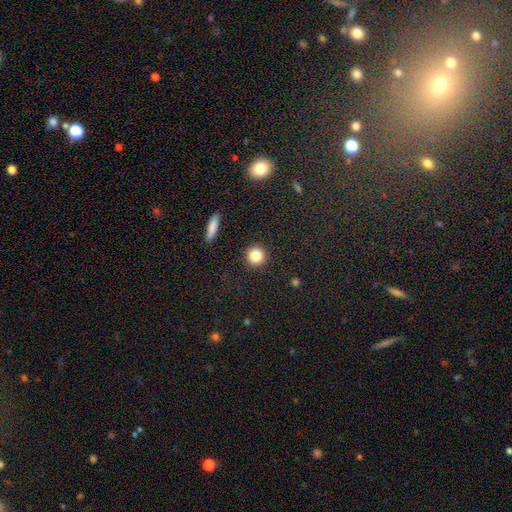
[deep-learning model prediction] smooth 85%, star or artifact 10%, featured or disk 6%. Down the decision tree: how rounded — round (94%); merging — none (91%).